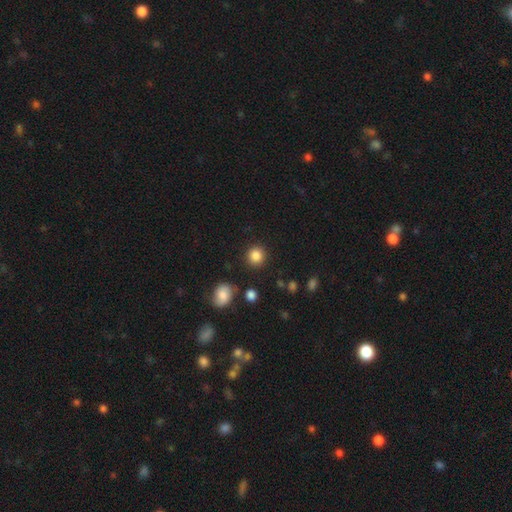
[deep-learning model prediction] A smooth galaxy with no disk features (86%) that is round (91%).

Vote fractions:
- Smooth or featured? smooth: 86% / star or artifact: 10% / featured or disk: 4%
- How rounded? round: 91% / in between: 8% / cigar-shaped: 1%
- Merging? none: 89% / minor disturbance: 6% / major disturbance: 3% / merger: 2%